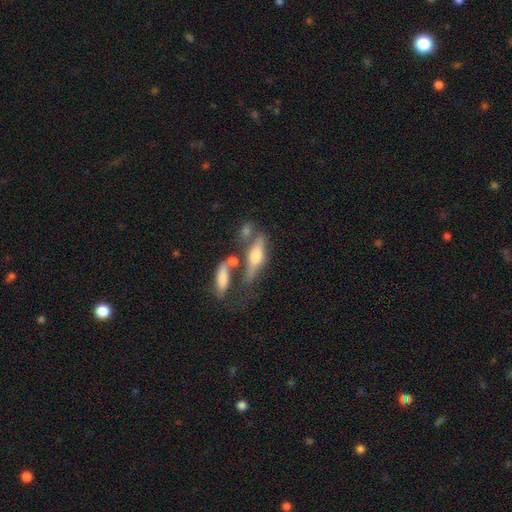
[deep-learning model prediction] The model was most divided on "smooth or featured": featured or disk: 56%, smooth: 35%, star or artifact: 10%. Remaining: edge-on disk — yes (85%); merging — none (48%).